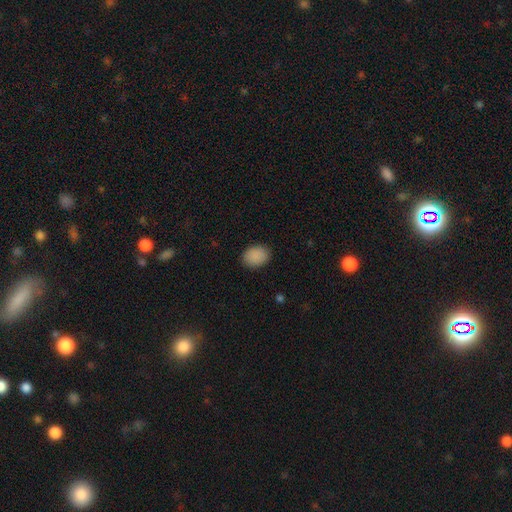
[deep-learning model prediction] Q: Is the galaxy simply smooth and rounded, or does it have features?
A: smooth — 89%.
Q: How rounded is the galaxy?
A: in between — 65%.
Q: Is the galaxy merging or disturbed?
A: none — 88%.